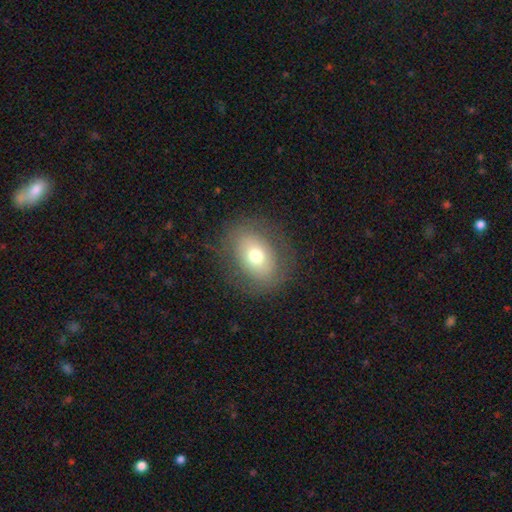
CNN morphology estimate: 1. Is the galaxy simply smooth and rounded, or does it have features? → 64% smooth, 25% featured or disk, 10% star or artifact.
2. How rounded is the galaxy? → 66% in between, 33% round, 1% cigar-shaped.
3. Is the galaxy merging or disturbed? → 79% none, 13% minor disturbance, 7% major disturbance, 1% merger.